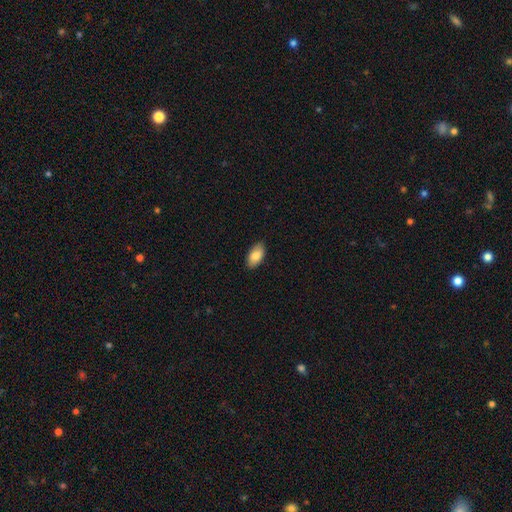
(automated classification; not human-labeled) Smooth or featured?
  - smooth: 85% *
  - featured or disk: 9%
  - star or artifact: 6%
How rounded?
  - in between: 94% *
  - cigar-shaped: 3%
  - round: 3%
Merging?
  - none: 88% *
  - minor disturbance: 9%
  - major disturbance: 2%
  - merger: 1%